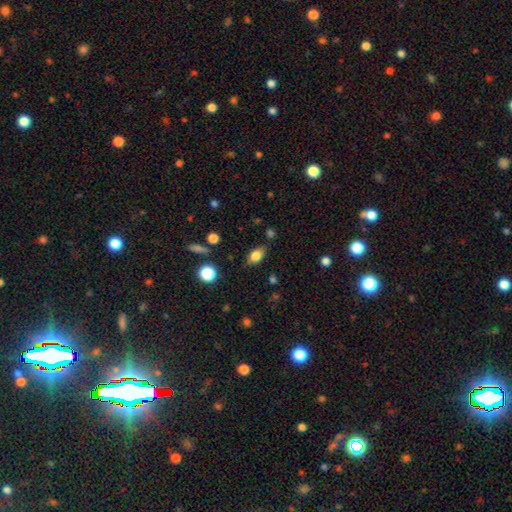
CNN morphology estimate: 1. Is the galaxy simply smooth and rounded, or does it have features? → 80% smooth, 10% featured or disk, 10% star or artifact.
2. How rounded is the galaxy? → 84% in between, 12% round, 4% cigar-shaped.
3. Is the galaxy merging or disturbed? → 80% none, 14% minor disturbance, 3% major disturbance, 2% merger.